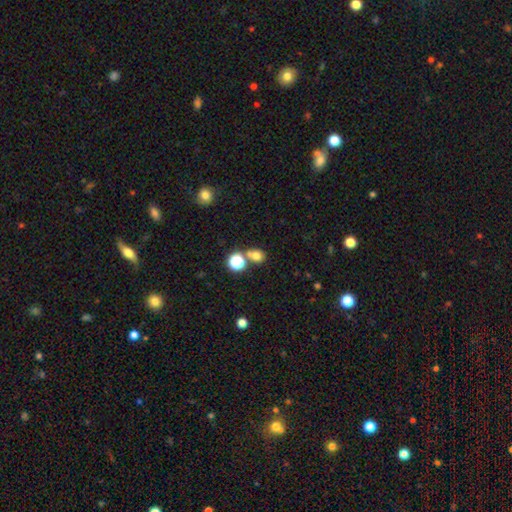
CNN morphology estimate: A smooth galaxy with no disk features (73%) that is round (76%).

Vote fractions:
- Smooth or featured? smooth: 73% / star or artifact: 19% / featured or disk: 8%
- How rounded? round: 76% / in between: 23% / cigar-shaped: 1%
- Merging? none: 62% / merger: 26% / minor disturbance: 8% / major disturbance: 3%